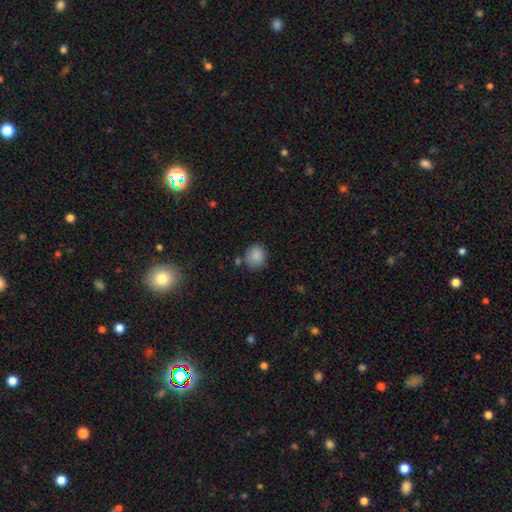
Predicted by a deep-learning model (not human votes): This appears to be a smooth galaxy with no disk features (87%) that is round (82%). Merging: none (77%).